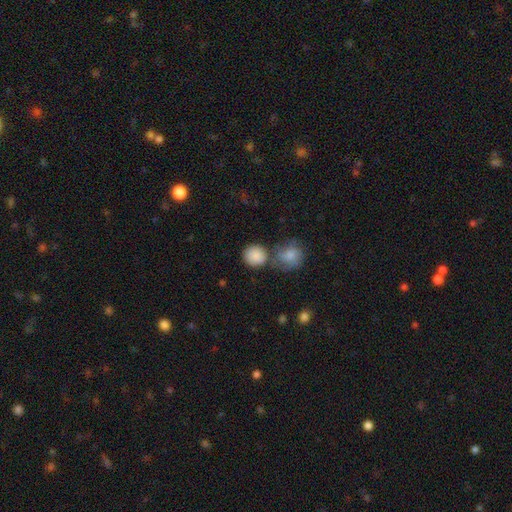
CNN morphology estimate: Smooth or featured? smooth (87%)
How rounded? round (84%)
Merging? none (55%)